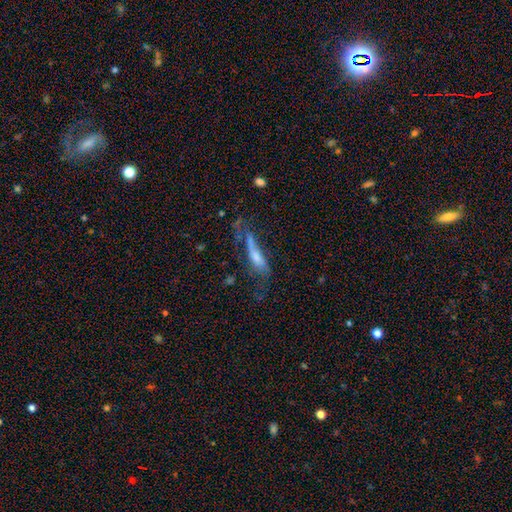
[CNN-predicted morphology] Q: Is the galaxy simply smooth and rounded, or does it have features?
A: featured or disk — 46%.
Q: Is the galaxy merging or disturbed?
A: major disturbance — 37%.